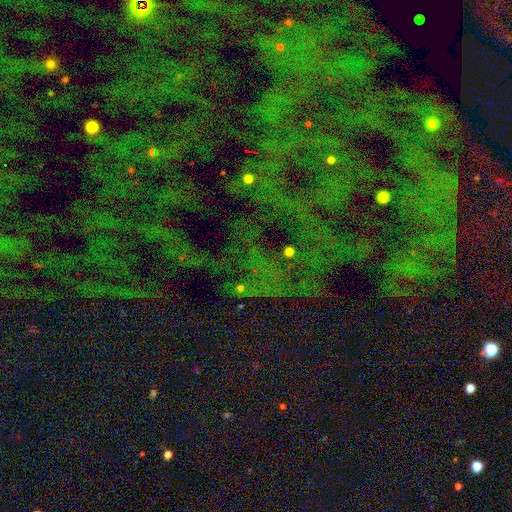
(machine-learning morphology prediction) Q: Smooth or featured?
A: star or artifact (79%); runner-up: smooth (12%)